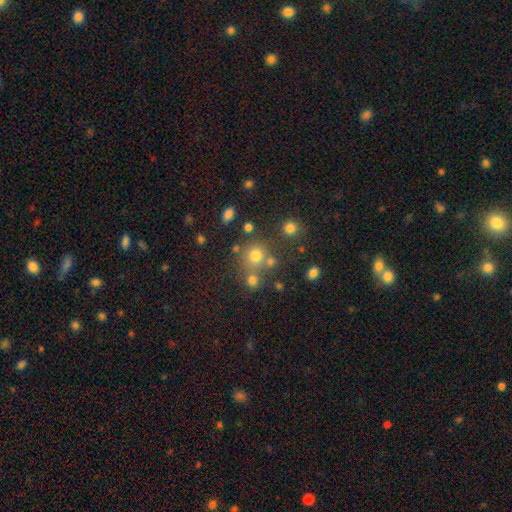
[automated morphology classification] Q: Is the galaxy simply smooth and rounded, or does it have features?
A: smooth — 73%.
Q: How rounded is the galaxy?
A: round — 86%.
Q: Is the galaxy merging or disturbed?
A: none — 63%.